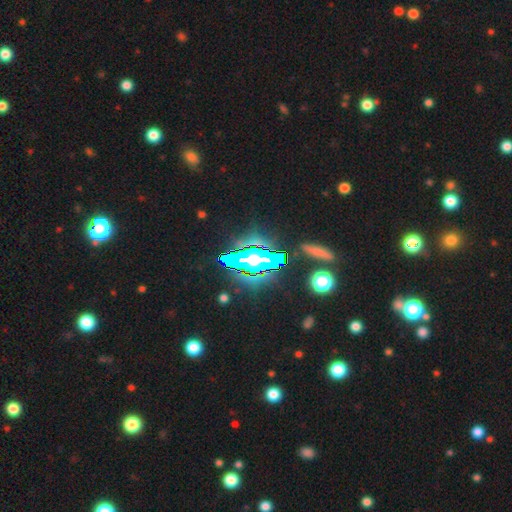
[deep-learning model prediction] This appears to be a star or artifact, not a galaxy (69%).